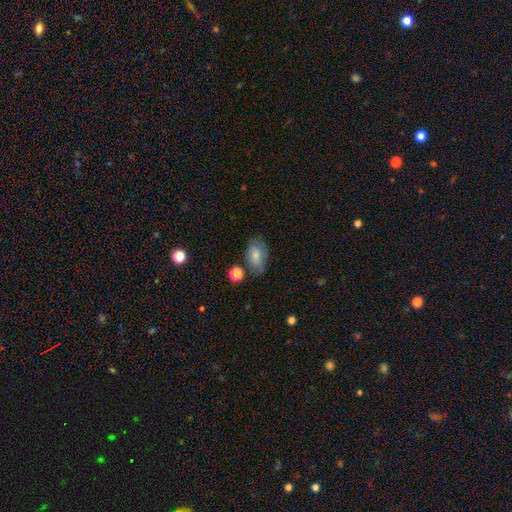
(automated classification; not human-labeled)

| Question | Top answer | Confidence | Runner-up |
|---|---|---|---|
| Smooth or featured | smooth | 76% | featured or disk (16%) |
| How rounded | in between | 89% | round (9%) |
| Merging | none | 66% | minor disturbance (22%) |